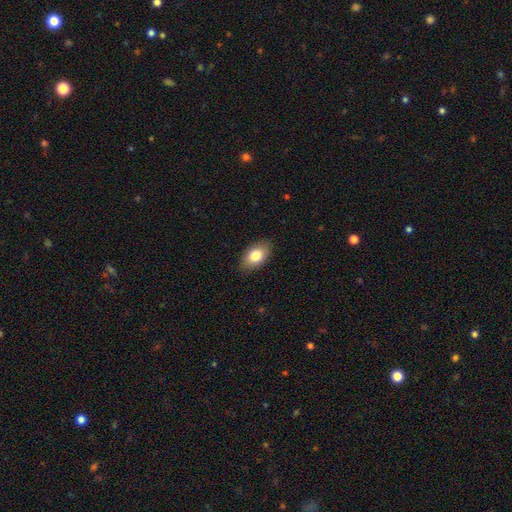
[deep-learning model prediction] smooth 81%, featured or disk 12%, star or artifact 7%. Down the decision tree: how rounded — in between (90%); merging — none (86%).